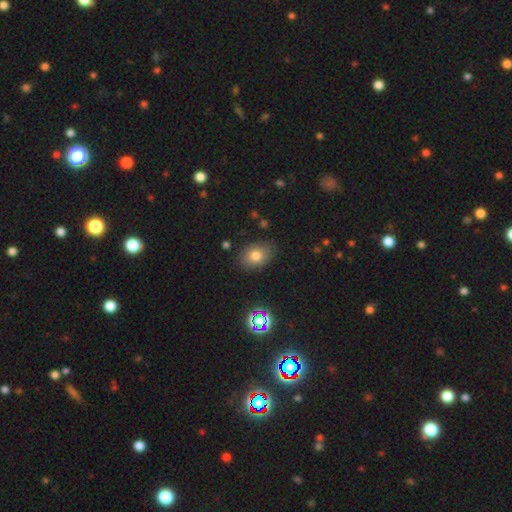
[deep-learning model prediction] smooth 75%, star or artifact 14%, featured or disk 12%. Down the decision tree: how rounded — in between (69%); merging — none (83%).